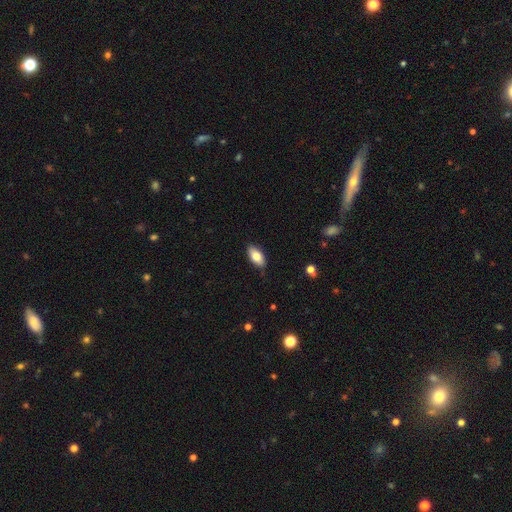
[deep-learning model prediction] smooth_or_featured: smooth (p=0.78) [alt: featured or disk p=0.16]
how_rounded: in between (p=0.91) [alt: cigar-shaped p=0.07]
merging: none (p=0.86) [alt: minor disturbance p=0.11]